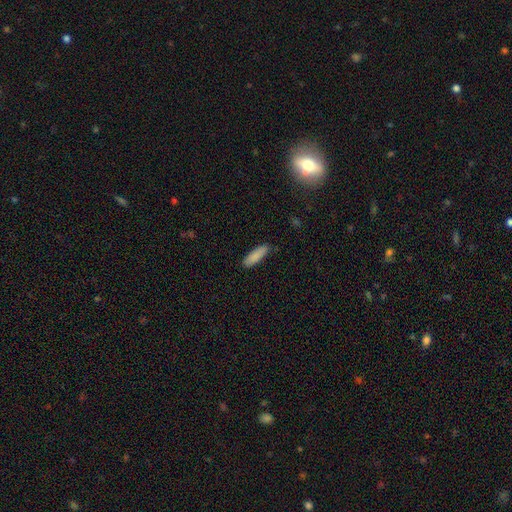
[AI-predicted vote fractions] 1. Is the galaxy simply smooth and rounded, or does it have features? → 88% smooth, 6% featured or disk, 6% star or artifact.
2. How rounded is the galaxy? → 56% cigar-shaped, 43% in between, 1% round.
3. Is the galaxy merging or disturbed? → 85% none, 12% minor disturbance, 2% major disturbance, 1% merger.